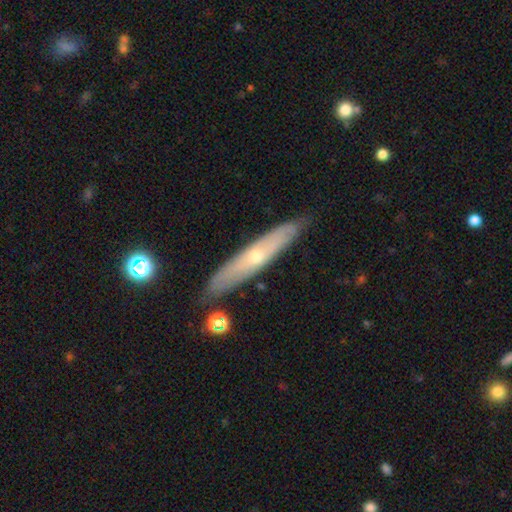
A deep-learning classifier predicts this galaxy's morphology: The model was most divided on "smooth or featured": featured or disk: 60%, smooth: 34%, star or artifact: 6%. More confident: merging — none (84%); edge-on disk — yes (72%).